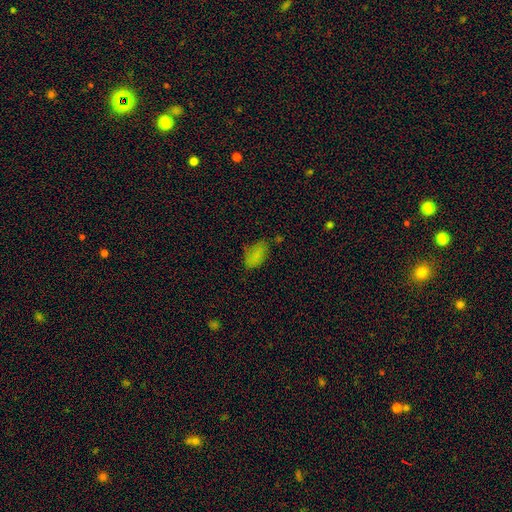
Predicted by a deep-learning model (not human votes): Smooth or featured? Predicted: smooth (p=0.77). How rounded? Predicted: in between (p=0.92). Merging? Predicted: none (p=0.63).